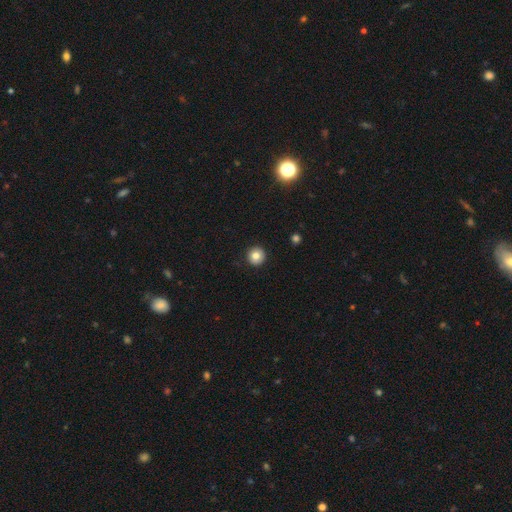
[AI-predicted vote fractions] Overall: smooth (81%). How rounded: round (96%). Merging: none (92%).